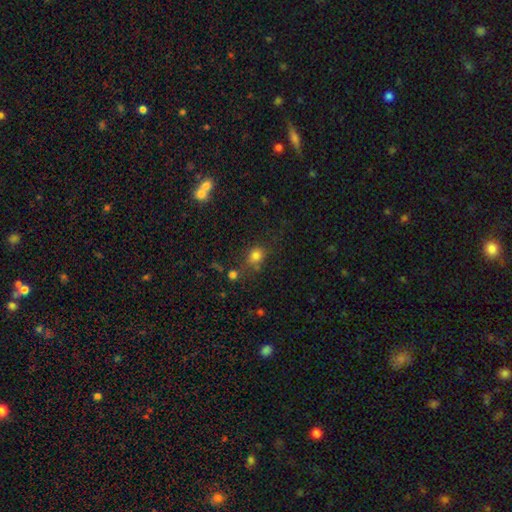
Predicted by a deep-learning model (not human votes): The model was most divided on "how rounded": round: 66%, in between: 33%, cigar-shaped: 1%. More confident: smooth or featured — smooth (78%); merging — none (62%).